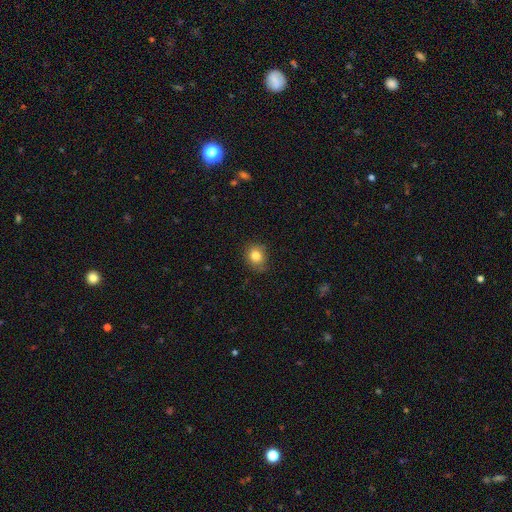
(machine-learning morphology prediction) smooth-or-featured: smooth: 82% | star or artifact: 10% | featured or disk: 8%
  how-rounded: round: 69% | in between: 30% | cigar-shaped: 1%
  merging: none: 78% | minor disturbance: 17% | major disturbance: 4% | merger: 1%